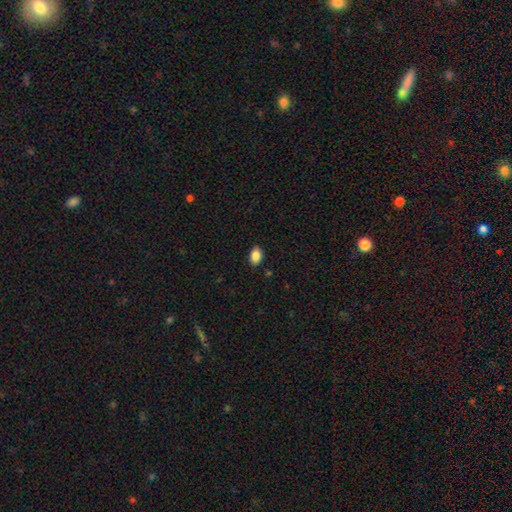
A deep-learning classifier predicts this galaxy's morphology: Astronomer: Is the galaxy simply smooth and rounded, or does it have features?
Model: smooth — 87%.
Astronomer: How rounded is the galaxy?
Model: in between — 84%.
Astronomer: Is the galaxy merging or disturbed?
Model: none — 89%.